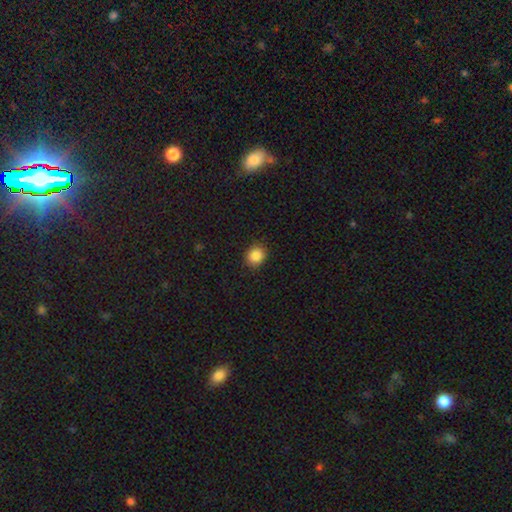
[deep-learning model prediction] Smooth or featured? smooth (87%)
How rounded? round (76%)
Merging? none (89%)